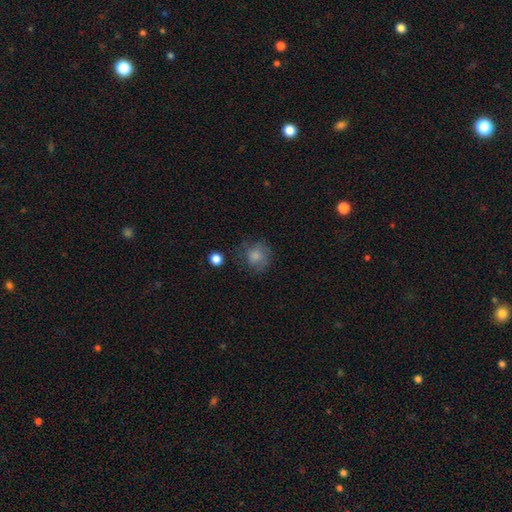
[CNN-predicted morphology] type=smooth (77%); roundness=round (83%); merging=none (65%).